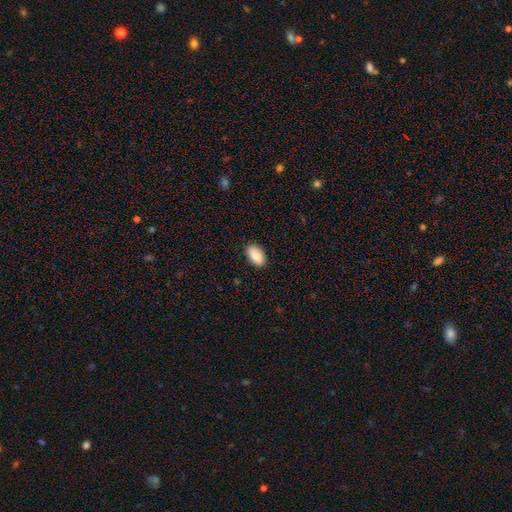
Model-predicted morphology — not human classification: A smooth galaxy with no disk features (87%) that is in between round and cigar-shaped (94%).

Vote fractions:
- Smooth or featured? smooth: 87% / star or artifact: 6% / featured or disk: 6%
- How rounded? in between: 94% / round: 4% / cigar-shaped: 2%
- Merging? none: 88% / minor disturbance: 9% / major disturbance: 2% / merger: 1%